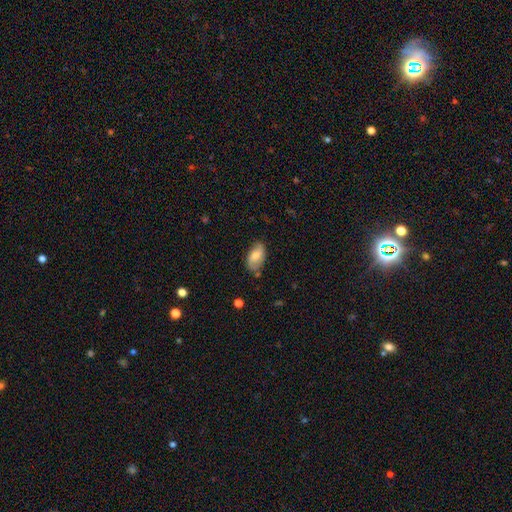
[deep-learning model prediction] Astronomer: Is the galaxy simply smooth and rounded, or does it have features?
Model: smooth — 59%.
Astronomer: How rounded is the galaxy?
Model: in between — 93%.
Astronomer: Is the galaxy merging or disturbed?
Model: none — 70%.